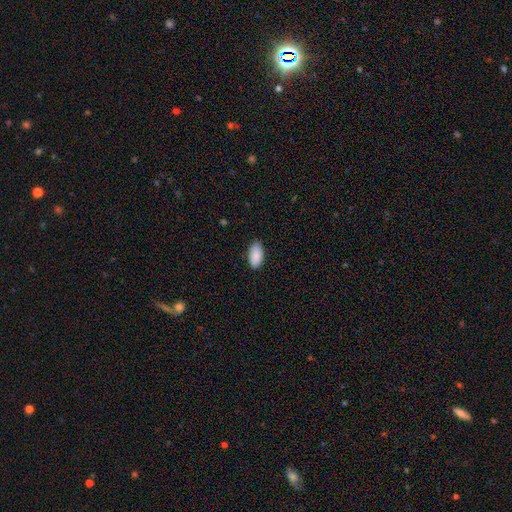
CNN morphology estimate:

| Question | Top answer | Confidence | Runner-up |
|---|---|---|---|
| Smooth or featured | smooth | 90% | star or artifact (6%) |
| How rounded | in between | 95% | cigar-shaped (3%) |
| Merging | none | 89% | minor disturbance (8%) |